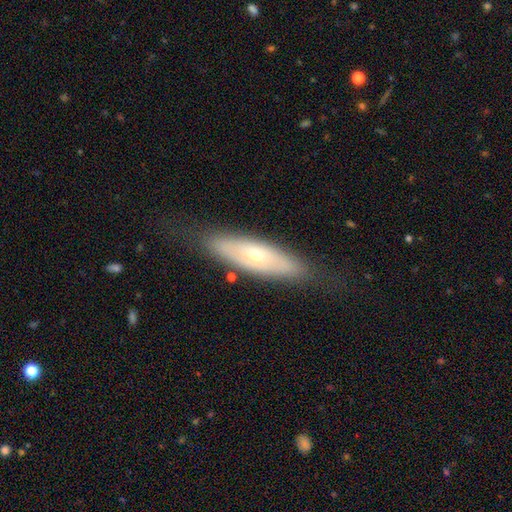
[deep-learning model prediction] The model was most divided on "smooth or featured": featured or disk: 49%, smooth: 44%, star or artifact: 7%. More confident: merging — none (76%).